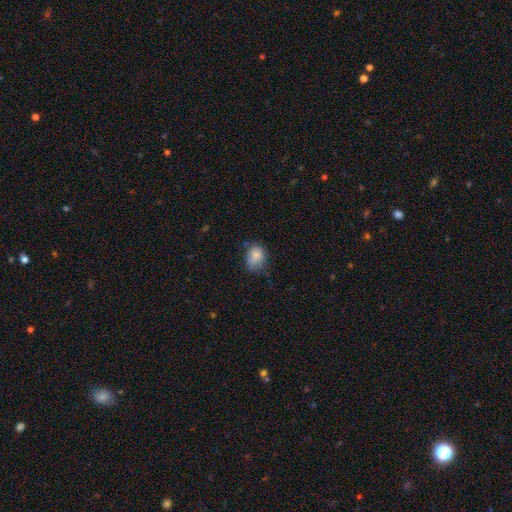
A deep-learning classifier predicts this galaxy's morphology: Smooth or featured: smooth — 82% (star or artifact — 9%)
How rounded: in between — 53% (round — 46%)
Merging: none — 56% (minor disturbance — 32%)